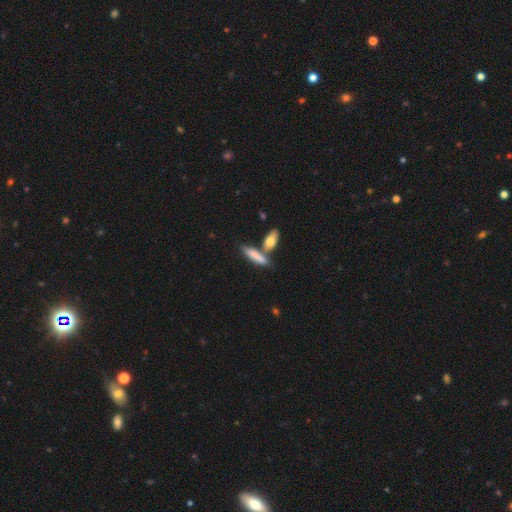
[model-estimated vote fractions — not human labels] This appears to be a smooth galaxy with no disk features (77%) that is cigar-shaped (65%). Merging: none (58%).